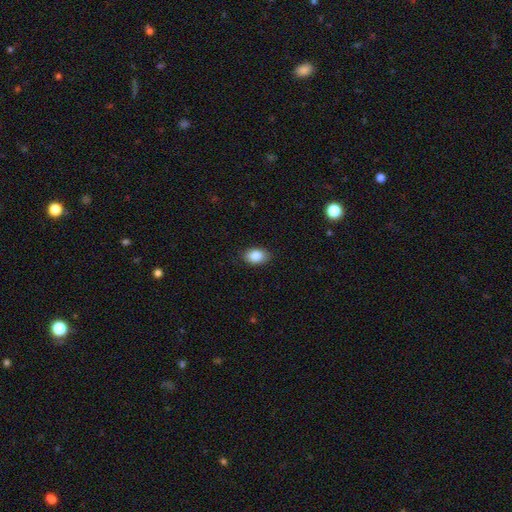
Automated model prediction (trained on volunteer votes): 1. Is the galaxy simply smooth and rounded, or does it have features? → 87% smooth, 7% star or artifact, 5% featured or disk.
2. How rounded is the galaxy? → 83% in between, 16% round, 1% cigar-shaped.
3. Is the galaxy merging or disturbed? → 87% none, 10% minor disturbance, 2% major disturbance, 1% merger.